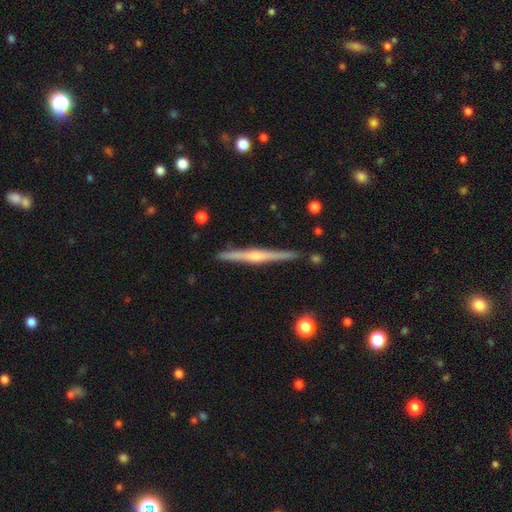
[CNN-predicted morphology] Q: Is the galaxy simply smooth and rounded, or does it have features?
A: featured or disk — 78%.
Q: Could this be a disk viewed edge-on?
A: yes — 98%.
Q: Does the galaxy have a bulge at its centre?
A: rounded — 77%.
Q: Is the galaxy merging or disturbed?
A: none — 89%.